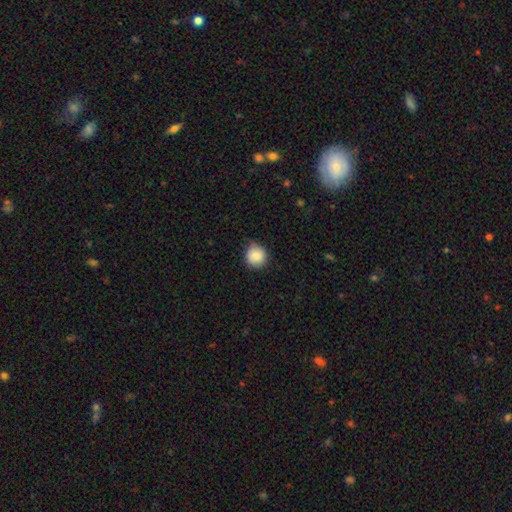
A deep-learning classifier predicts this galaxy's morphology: Smooth or featured? Predicted: smooth (p=0.86). How rounded? Predicted: round (p=0.91). Merging? Predicted: none (p=0.77).